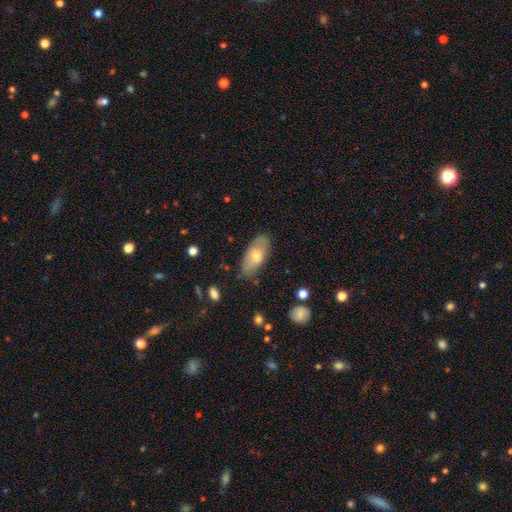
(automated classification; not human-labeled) A smooth galaxy with no disk features (61%) that is in between round and cigar-shaped (90%).

Vote fractions:
- Smooth or featured? smooth: 61% / featured or disk: 33% / star or artifact: 6%
- How rounded? in between: 90% / cigar-shaped: 7% / round: 3%
- Merging? none: 78% / minor disturbance: 16% / major disturbance: 4% / merger: 2%